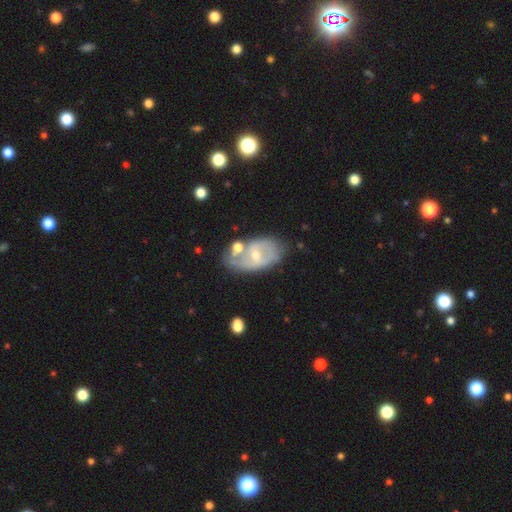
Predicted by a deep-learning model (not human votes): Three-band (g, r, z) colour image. It shows a featured or disk galaxy (68%) with a weak bar (43%), spiral arms (58%) and a small central bulge (59%). Merging: none (58%).